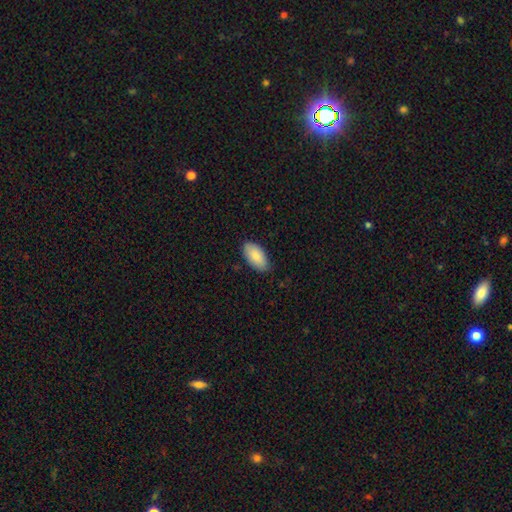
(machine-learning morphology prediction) Q: Smooth or featured?
A: smooth (88%); runner-up: featured or disk (7%)
Q: How rounded?
A: in between (95%); runner-up: cigar-shaped (3%)
Q: Merging?
A: none (83%); runner-up: minor disturbance (14%)